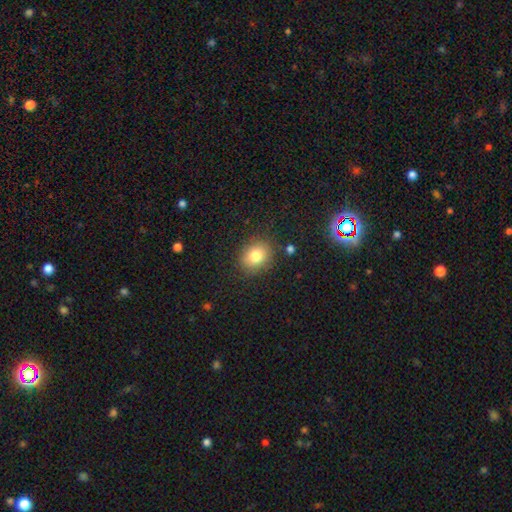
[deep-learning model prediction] This appears to be a smooth galaxy with no disk features (80%) that is round (61%). Merging: none (85%).